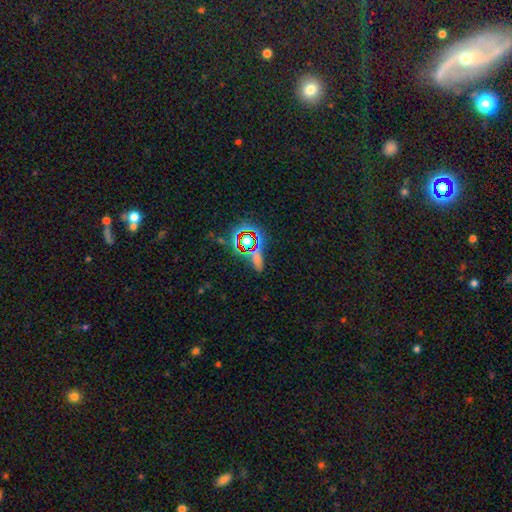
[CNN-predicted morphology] smooth_or_featured: star or artifact (p=0.62) [alt: smooth p=0.26]